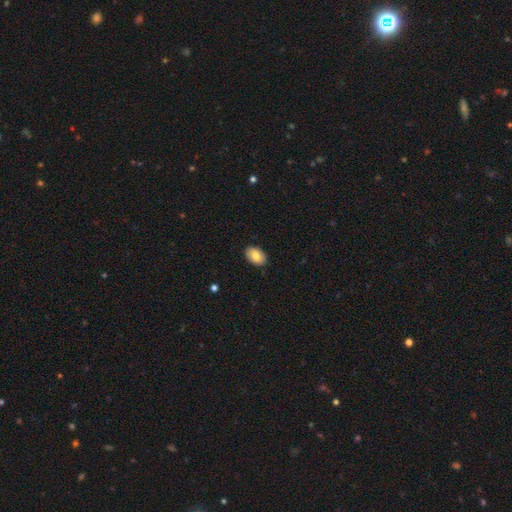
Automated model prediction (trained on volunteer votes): smooth-or-featured: smooth: 81% | featured or disk: 12% | star or artifact: 7%
  how-rounded: in between: 89% | round: 10% | cigar-shaped: 1%
  merging: none: 89% | minor disturbance: 8% | major disturbance: 2% | merger: 1%